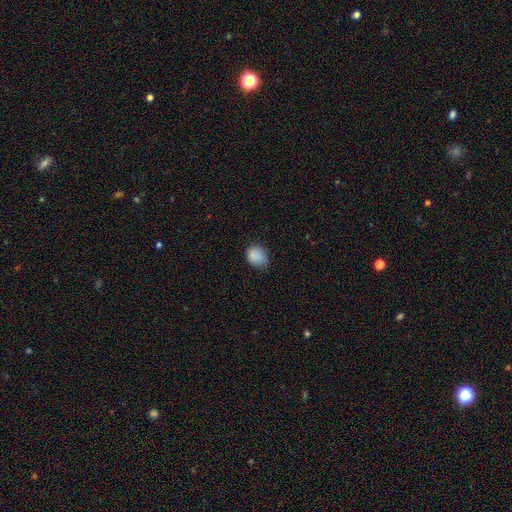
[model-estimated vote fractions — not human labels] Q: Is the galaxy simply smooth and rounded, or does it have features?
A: smooth — 87%.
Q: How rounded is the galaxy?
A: round — 52%.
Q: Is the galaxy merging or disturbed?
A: none — 72%.